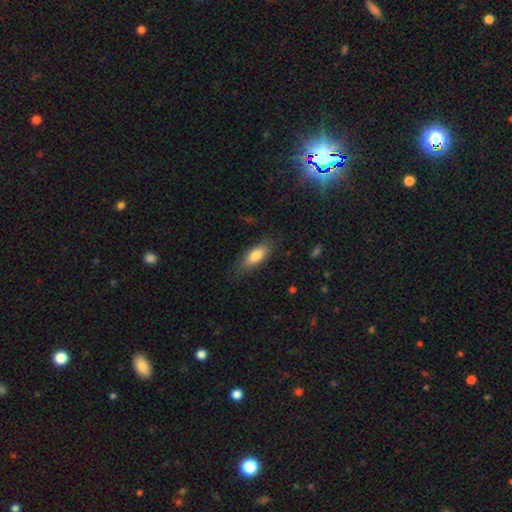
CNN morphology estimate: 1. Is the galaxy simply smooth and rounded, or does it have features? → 77% smooth, 17% featured or disk, 7% star or artifact.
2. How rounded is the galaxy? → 77% in between, 20% cigar-shaped, 3% round.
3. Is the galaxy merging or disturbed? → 75% none, 18% minor disturbance, 5% major disturbance, 1% merger.